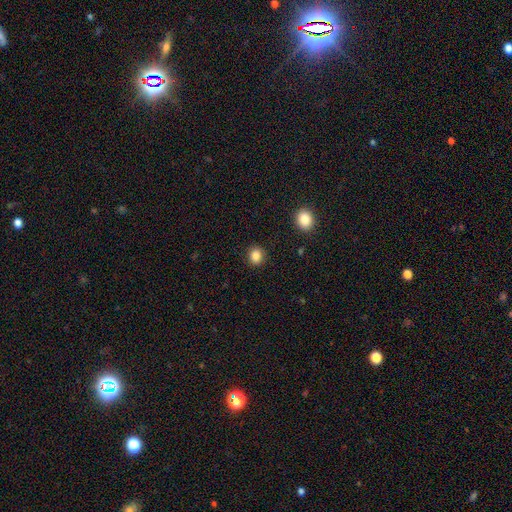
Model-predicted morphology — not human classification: Smooth or featured: smooth — 86% (star or artifact — 10%)
How rounded: round — 75% (in between — 24%)
Merging: none — 90% (minor disturbance — 6%)